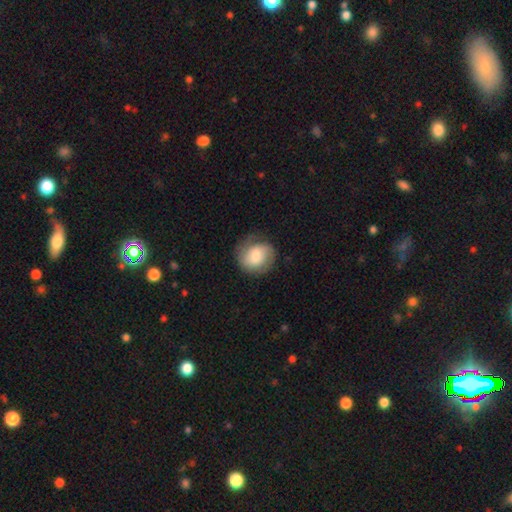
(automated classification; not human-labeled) Smooth or featured? Predicted: smooth (p=0.55). How rounded? Predicted: round (p=0.76). Merging? Predicted: none (p=0.66).